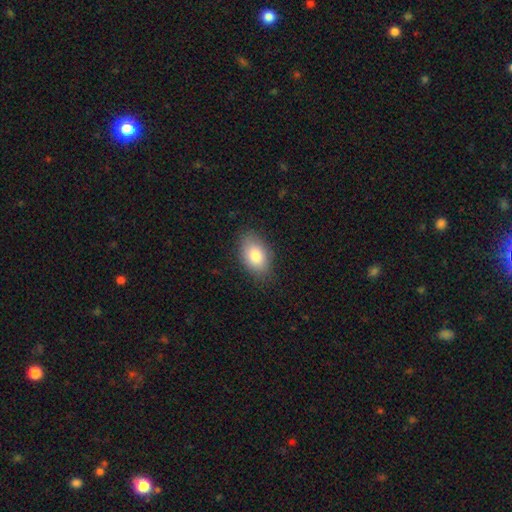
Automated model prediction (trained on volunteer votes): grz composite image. It shows a smooth galaxy with no disk features (82%) that is in between round and cigar-shaped (90%). Merging: none (82%).